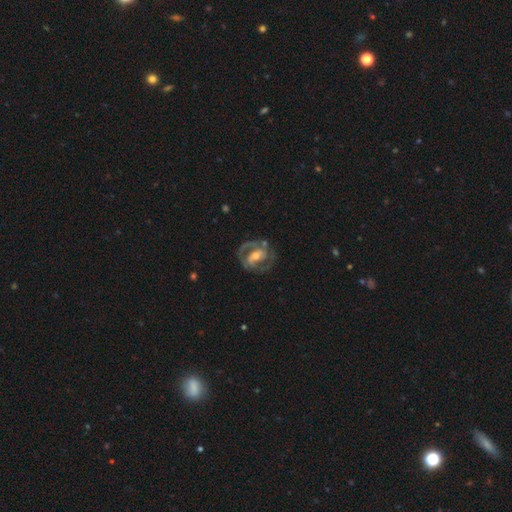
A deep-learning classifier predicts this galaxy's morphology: Smooth or featured? Predicted: featured or disk (p=0.83). Edge-on disk? Predicted: no (p=0.96). Bar? Predicted: weak (p=0.38). Spiral arms? Predicted: yes (p=0.88). Spiral winding? Predicted: medium (p=0.48). Spiral arm count? Predicted: 2 (p=0.78). Bulge size? Predicted: moderate (p=0.60). Merging? Predicted: none (p=0.70).